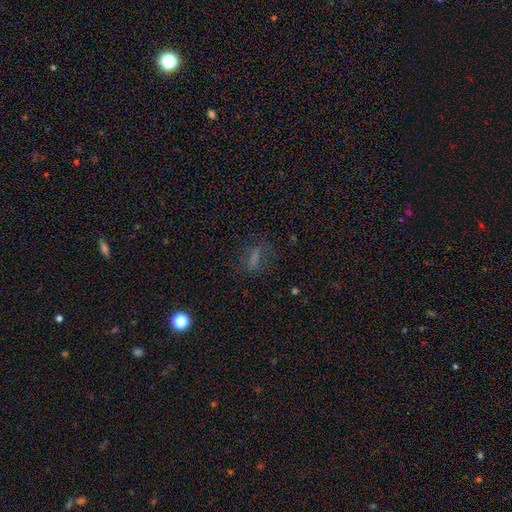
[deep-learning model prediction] Morphology: type=smooth (53%); roundness=in between (53%); merging=none (69%).